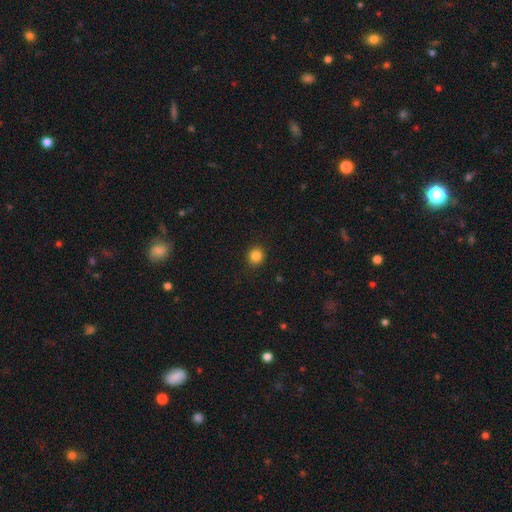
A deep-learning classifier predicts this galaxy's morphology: Q: Smooth or featured?
A: smooth (85%); runner-up: star or artifact (11%)
Q: How rounded?
A: round (86%); runner-up: in between (13%)
Q: Merging?
A: none (91%); runner-up: minor disturbance (6%)